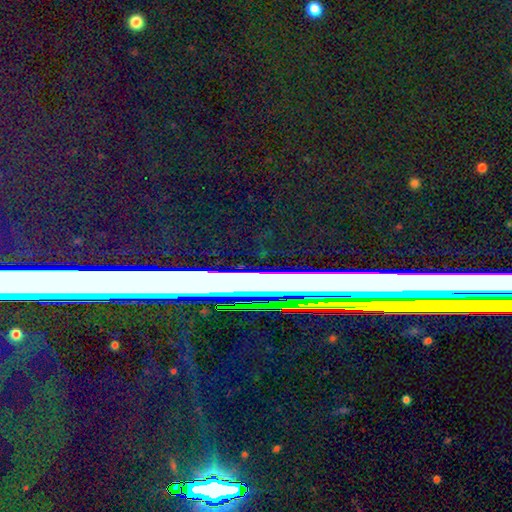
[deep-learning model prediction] star or artifact 70%, smooth 16%, featured or disk 14%.